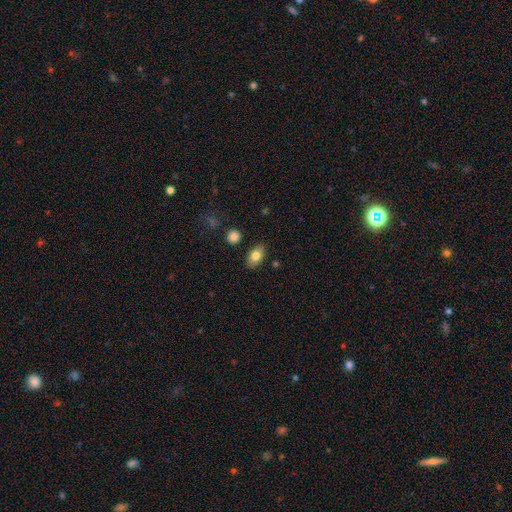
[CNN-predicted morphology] This appears to be a smooth galaxy with no disk features (80%) that is in between round and cigar-shaped (88%). Merging: none (86%).